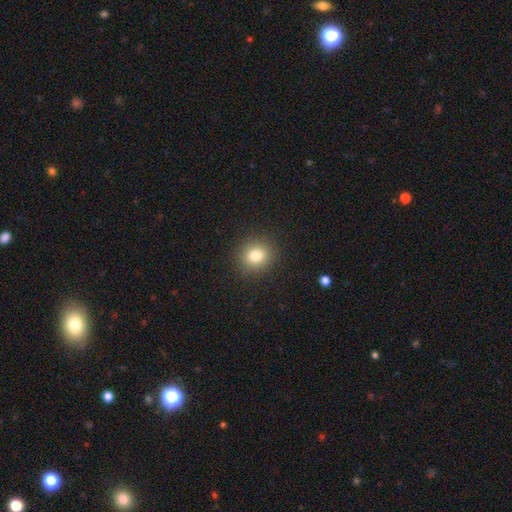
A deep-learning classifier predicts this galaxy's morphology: Q: Smooth or featured?
A: smooth (80%); runner-up: star or artifact (12%)
Q: How rounded?
A: round (84%); runner-up: in between (15%)
Q: Merging?
A: none (90%); runner-up: minor disturbance (6%)